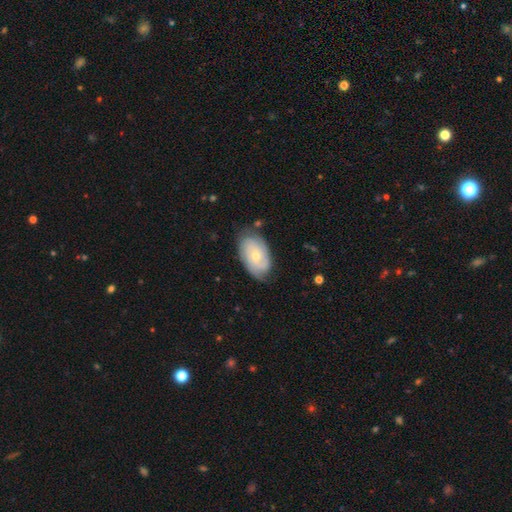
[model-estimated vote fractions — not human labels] This appears to be a featured or disk galaxy (64%) with no bar (64%), tight (63%) spiral arms (85%) and a small central bulge (54%). Merging: none (73%).